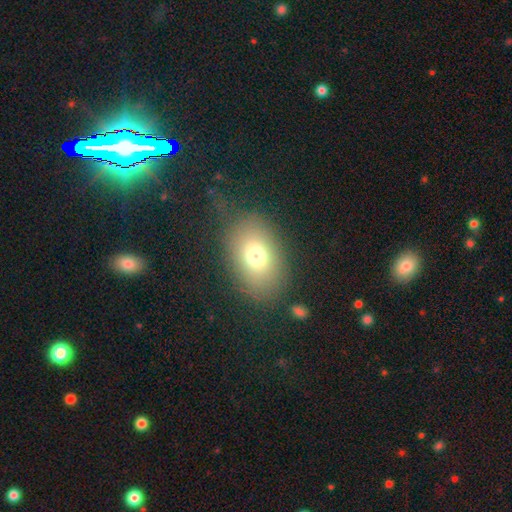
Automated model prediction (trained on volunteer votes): Smooth or featured: smooth — 74% (featured or disk — 15%)
How rounded: in between — 79% (round — 20%)
Merging: none — 72% (minor disturbance — 15%)